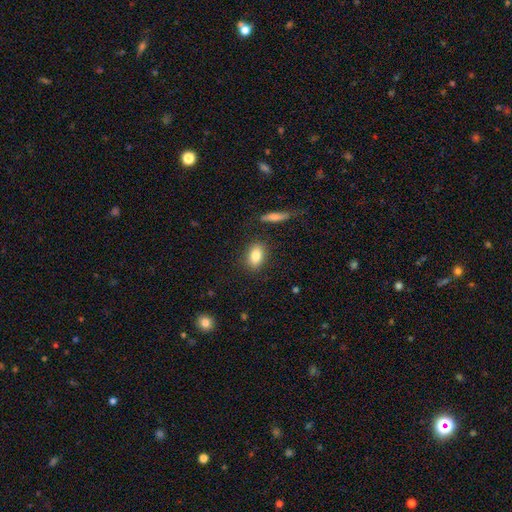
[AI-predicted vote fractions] smooth-or-featured: smooth: 82% | featured or disk: 10% | star or artifact: 8%
  how-rounded: in between: 81% | round: 15% | cigar-shaped: 4%
  merging: none: 84% | minor disturbance: 10% | major disturbance: 3% | merger: 3%